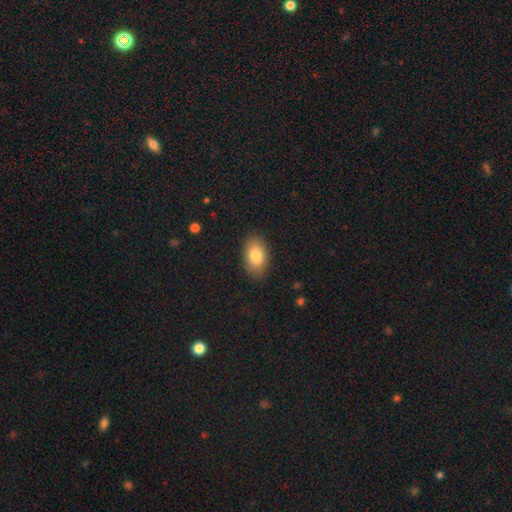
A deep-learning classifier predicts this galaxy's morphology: Q: Smooth or featured?
A: smooth (82%); runner-up: featured or disk (11%)
Q: How rounded?
A: in between (89%); runner-up: round (9%)
Q: Merging?
A: none (87%); runner-up: minor disturbance (10%)